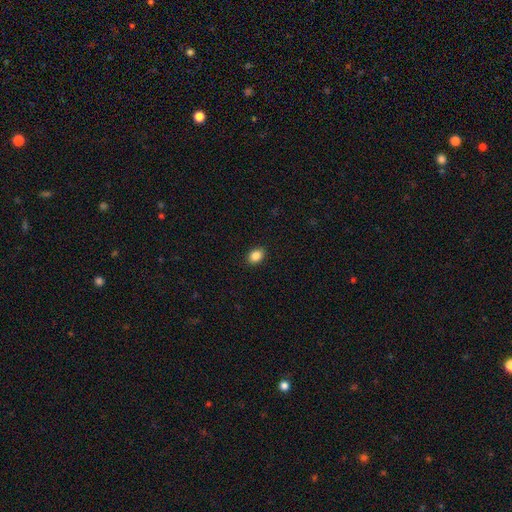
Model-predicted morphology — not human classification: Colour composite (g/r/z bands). It shows a smooth galaxy with no disk features (87%) that is in between round and cigar-shaped (67%). Merging: none (90%).